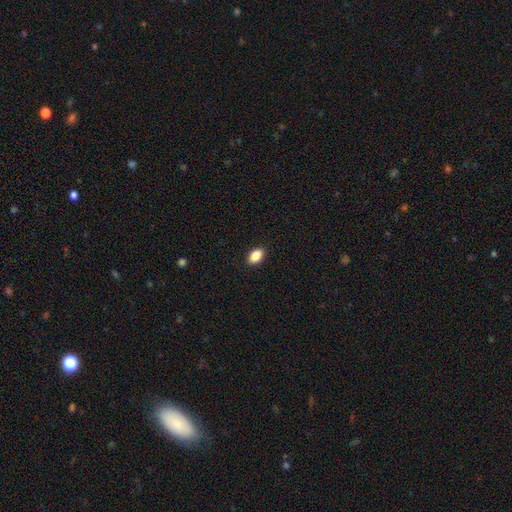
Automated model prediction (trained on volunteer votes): This is clearly a smooth galaxy (88%). How rounded: clearly in between (87%). Merging: clearly none (90%).